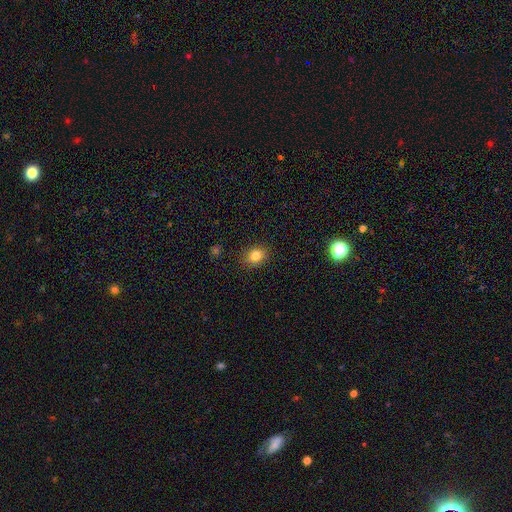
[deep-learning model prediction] smooth 82%, star or artifact 12%, featured or disk 7%. Down the decision tree: how rounded — round (63%); merging — none (88%).